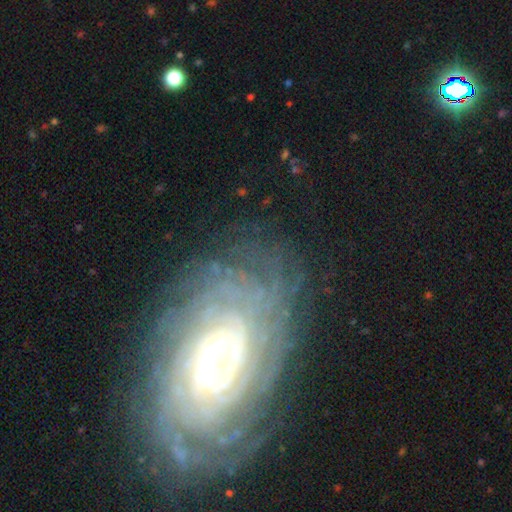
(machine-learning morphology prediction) Smooth or featured? Predicted: featured or disk (p=0.84). Edge-on disk? Predicted: no (p=0.95). Bar? Predicted: no (p=0.54). Spiral arms? Predicted: yes (p=0.94). Spiral winding? Predicted: tight (p=0.83). Spiral arm count? Predicted: can't tell (p=0.39). Bulge size? Predicted: moderate (p=0.56). Merging? Predicted: none (p=0.80).